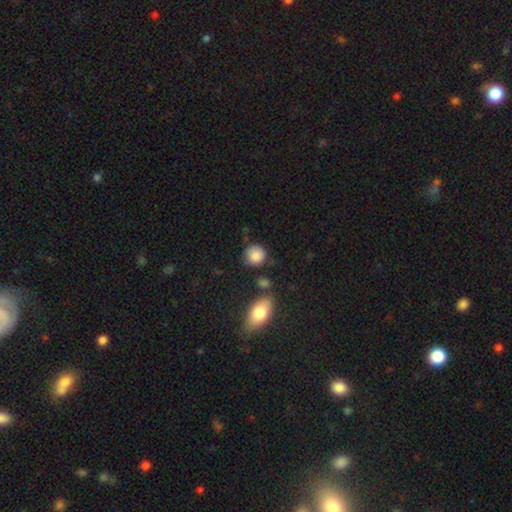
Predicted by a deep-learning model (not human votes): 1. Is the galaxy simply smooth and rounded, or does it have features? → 86% smooth, 8% star or artifact, 6% featured or disk.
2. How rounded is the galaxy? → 85% round, 14% in between, 1% cigar-shaped.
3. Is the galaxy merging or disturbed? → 73% none, 16% minor disturbance, 6% merger, 4% major disturbance.